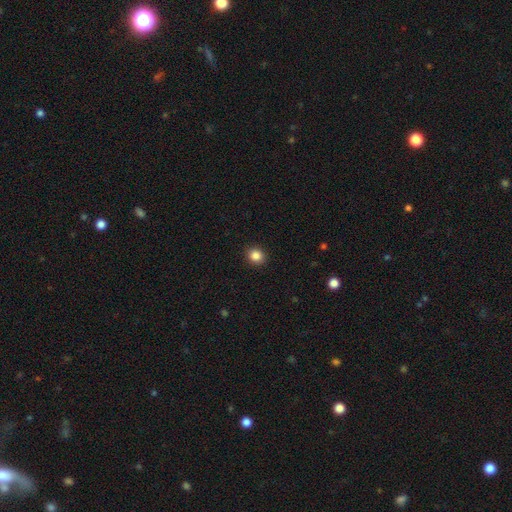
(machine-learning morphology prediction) Overall: smooth (86%). How rounded: round (80%). Merging: none (92%).